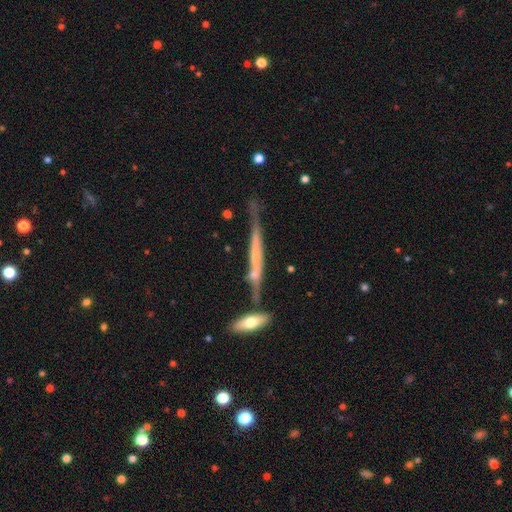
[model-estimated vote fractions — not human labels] Smooth or featured? featured or disk (61%)
Edge-on disk? yes (91%)
Edge-on bulge? none (64%)
Merging? none (48%)